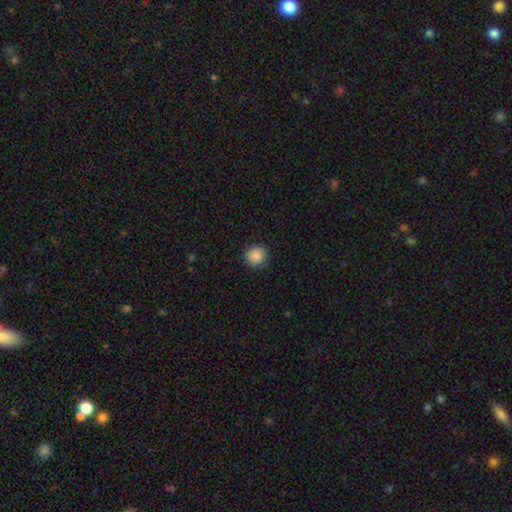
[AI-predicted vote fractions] The model was most divided on "how rounded": round: 85%, in between: 14%, cigar-shaped: 1%. More confident: merging — none (89%); smooth or featured — smooth (88%).